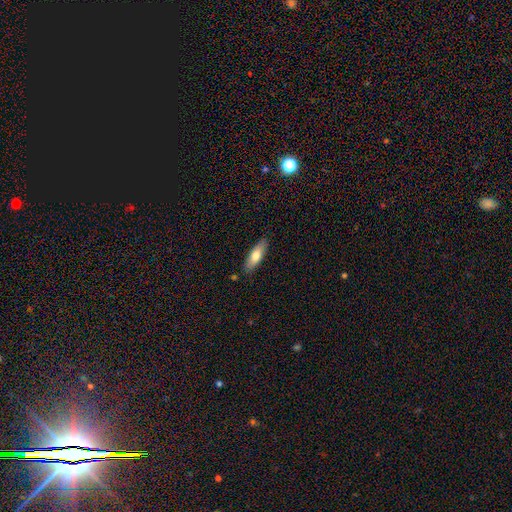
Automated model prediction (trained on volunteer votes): smooth_or_featured: smooth (p=0.71) [alt: featured or disk p=0.23]
how_rounded: in between (p=0.50) [alt: cigar-shaped p=0.48]
merging: none (p=0.85) [alt: minor disturbance p=0.11]